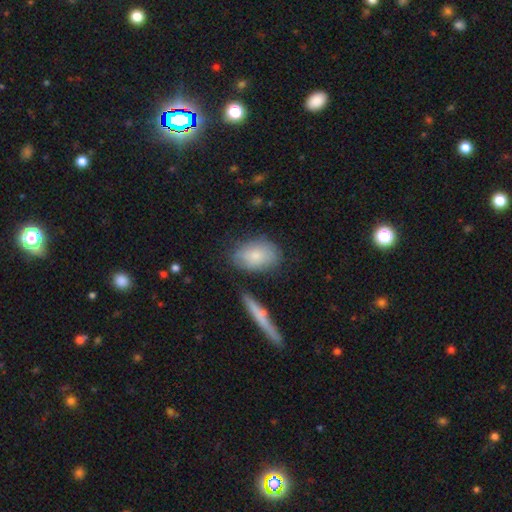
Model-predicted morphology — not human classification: type=smooth (75%); roundness=in between (83%); merging=none (69%).